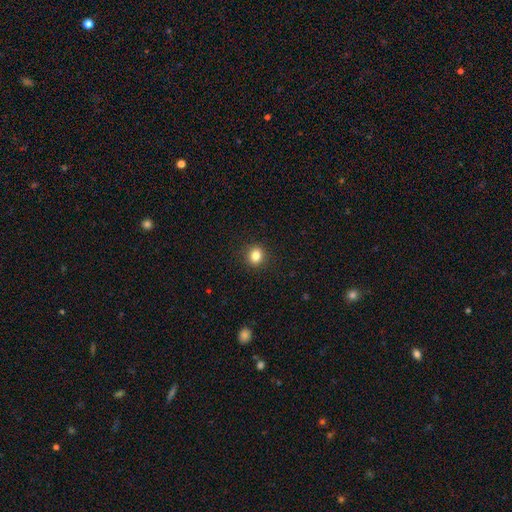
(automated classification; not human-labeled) Q: Smooth or featured?
A: smooth (84%); runner-up: star or artifact (11%)
Q: How rounded?
A: round (76%); runner-up: in between (23%)
Q: Merging?
A: none (90%); runner-up: minor disturbance (7%)